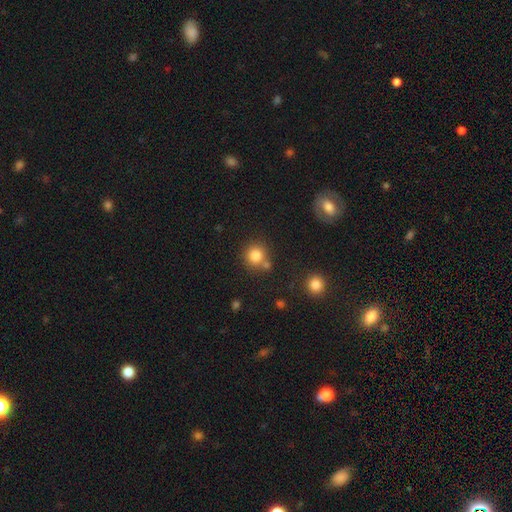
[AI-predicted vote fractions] Smooth or featured? smooth (82%)
How rounded? round (90%)
Merging? none (70%)